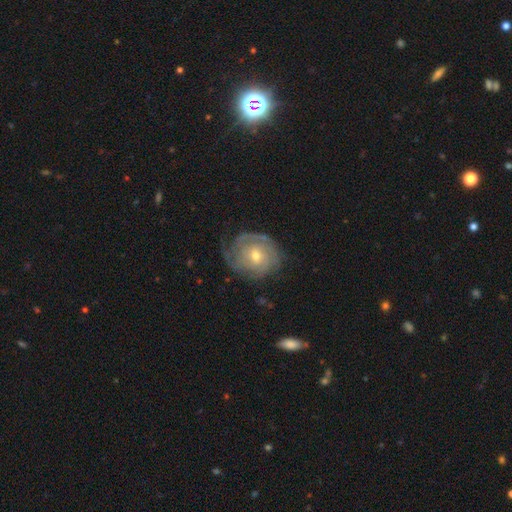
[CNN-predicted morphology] Smooth or featured? Predicted: featured or disk (p=0.76). Edge-on disk? Predicted: no (p=0.97). Bar? Predicted: no (p=0.65). Spiral arms? Predicted: yes (p=0.89). Spiral winding? Predicted: tight (p=0.69). Spiral arm count? Predicted: can't tell (p=0.42). Bulge size? Predicted: moderate (p=0.52). Merging? Predicted: none (p=0.69).